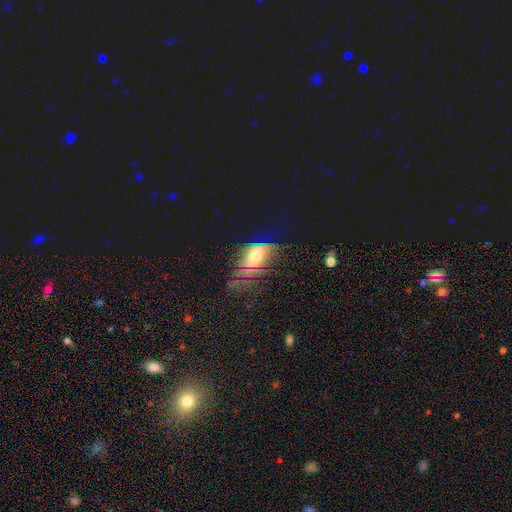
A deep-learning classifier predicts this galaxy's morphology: A smooth galaxy with no disk features (44%).

Vote fractions:
- Smooth or featured? smooth: 44% / featured or disk: 35% / star or artifact: 20%
- Merging? none: 38% / major disturbance: 34% / minor disturbance: 24% / merger: 4%